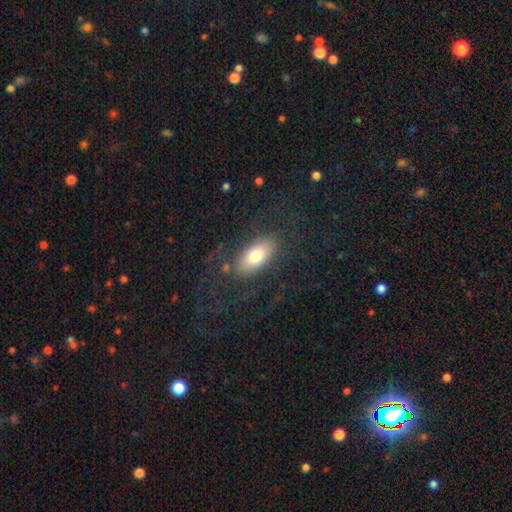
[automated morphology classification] Smooth or featured?
  - smooth: 61% *
  - featured or disk: 30%
  - star or artifact: 9%
How rounded?
  - in between: 88% *
  - cigar-shaped: 8%
  - round: 4%
Merging?
  - none: 71% *
  - minor disturbance: 14%
  - major disturbance: 13%
  - merger: 2%